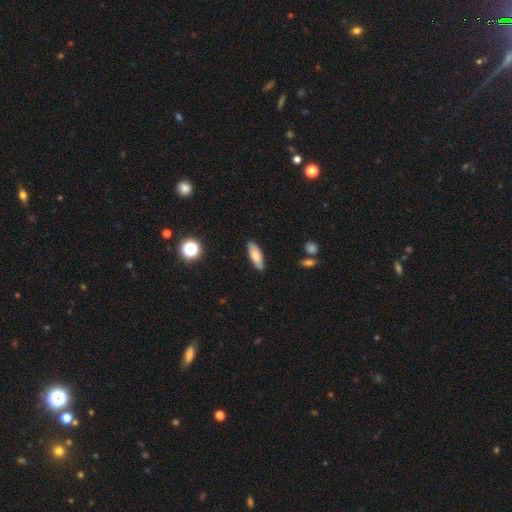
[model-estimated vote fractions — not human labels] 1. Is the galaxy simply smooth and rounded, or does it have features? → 73% smooth, 19% featured or disk, 7% star or artifact.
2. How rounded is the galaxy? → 64% in between, 34% cigar-shaped, 3% round.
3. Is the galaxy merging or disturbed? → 85% none, 11% minor disturbance, 2% major disturbance, 2% merger.